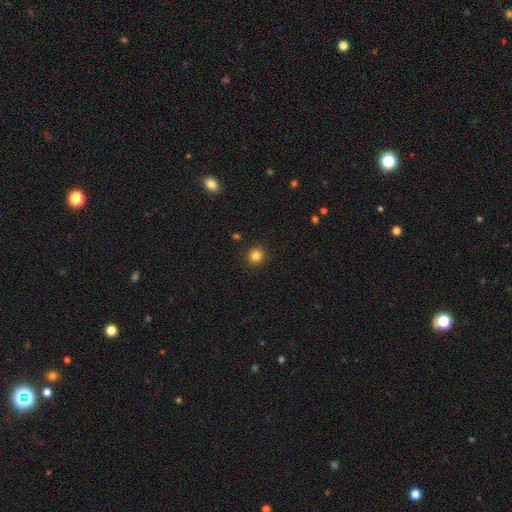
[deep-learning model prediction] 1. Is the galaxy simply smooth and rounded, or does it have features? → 83% smooth, 12% star or artifact, 5% featured or disk.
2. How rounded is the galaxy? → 90% round, 9% in between, 1% cigar-shaped.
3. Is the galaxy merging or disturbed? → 91% none, 5% minor disturbance, 2% major disturbance, 1% merger.